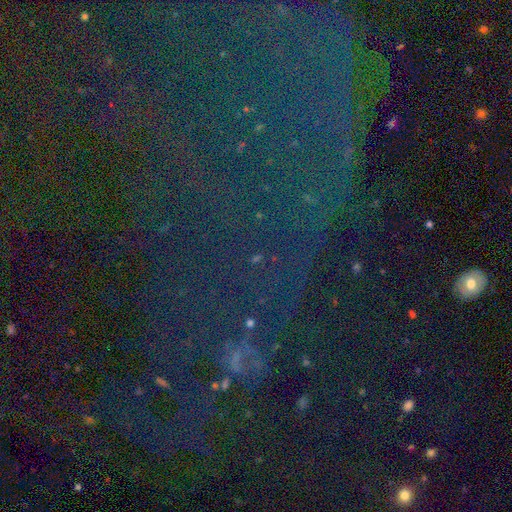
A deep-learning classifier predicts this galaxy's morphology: Q: Smooth or featured?
A: star or artifact (82%); runner-up: smooth (9%)